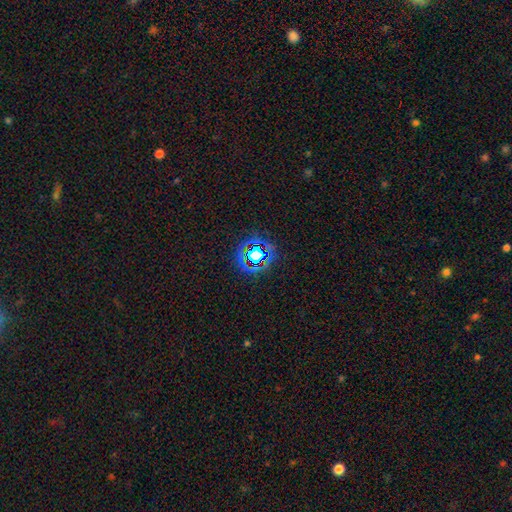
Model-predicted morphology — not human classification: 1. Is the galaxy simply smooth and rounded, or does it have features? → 63% star or artifact, 25% smooth, 12% featured or disk.